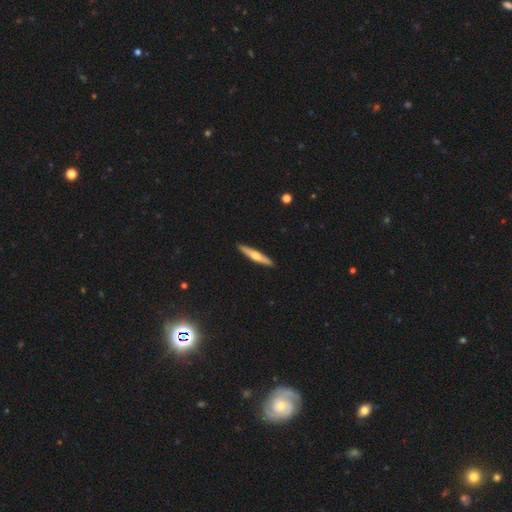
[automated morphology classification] Overall: featured or disk (53%; smooth 43%). Edge-on disk: yes (96%). Edge-on bulge: rounded (87%). Merging: none (92%).